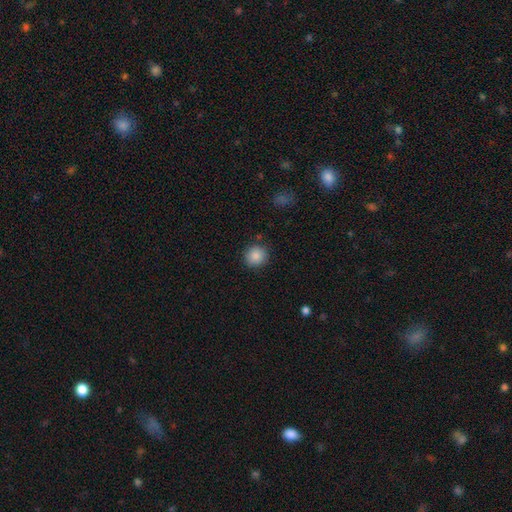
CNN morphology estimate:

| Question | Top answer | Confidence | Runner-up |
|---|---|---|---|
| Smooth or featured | smooth | 87% | star or artifact (9%) |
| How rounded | round | 91% | in between (8%) |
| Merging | none | 88% | minor disturbance (8%) |